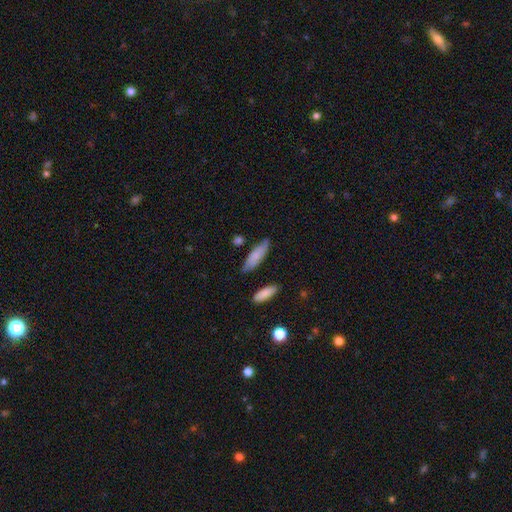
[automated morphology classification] smooth 77%, featured or disk 16%, star or artifact 6%. Down the decision tree: how rounded — cigar-shaped (52%); merging — none (77%).